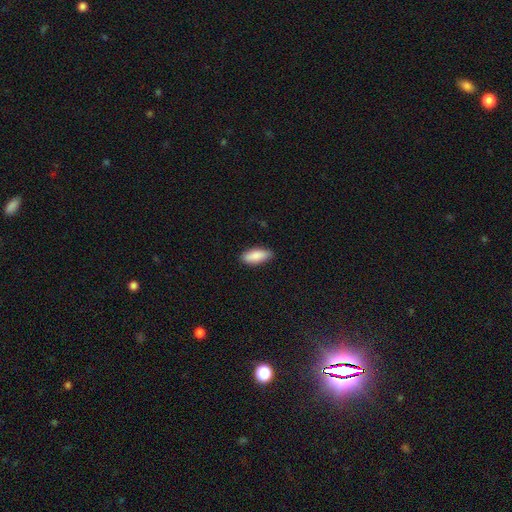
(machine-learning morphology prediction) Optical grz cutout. It shows a smooth galaxy with no disk features (88%) that is in between round and cigar-shaped (81%). Merging: none (84%).